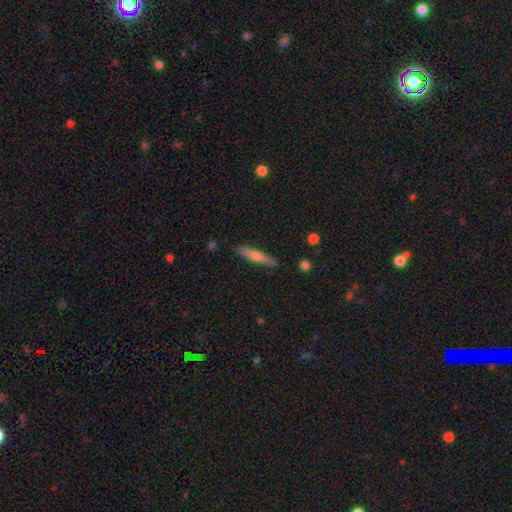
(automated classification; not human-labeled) Morphology: type=smooth (54%); roundness=cigar-shaped (90%); merging=none (88%).